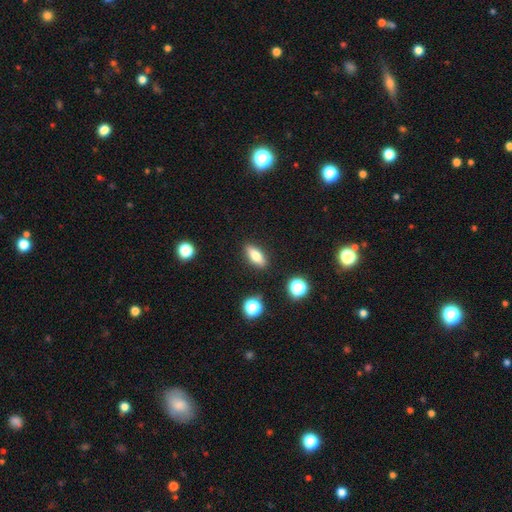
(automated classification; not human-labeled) Q: Smooth or featured?
A: smooth (71%); runner-up: featured or disk (20%)
Q: How rounded?
A: in between (69%); runner-up: cigar-shaped (26%)
Q: Merging?
A: none (87%); runner-up: minor disturbance (8%)